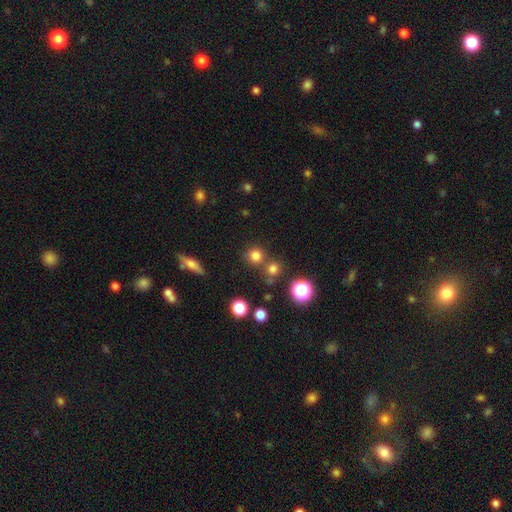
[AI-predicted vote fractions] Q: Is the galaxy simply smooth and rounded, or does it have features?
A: smooth — 75%.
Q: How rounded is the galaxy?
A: round — 91%.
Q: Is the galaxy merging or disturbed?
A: none — 71%.